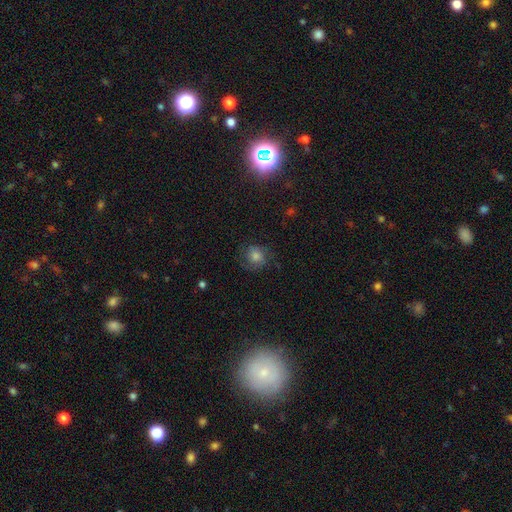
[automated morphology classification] type=smooth (47%); merging=none (71%).